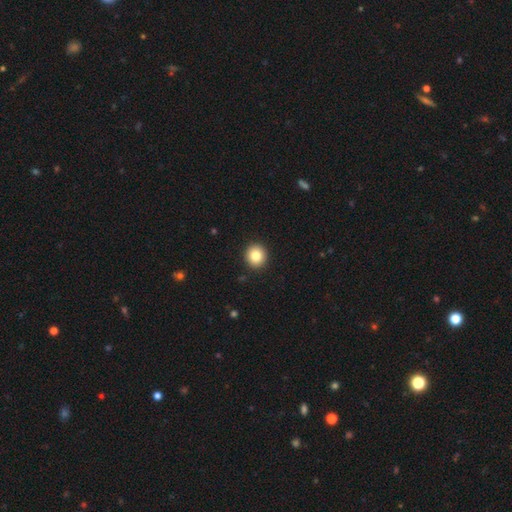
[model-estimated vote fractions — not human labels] This is clearly a smooth galaxy (84%). How rounded: clearly round (89%). Merging: clearly none (93%).